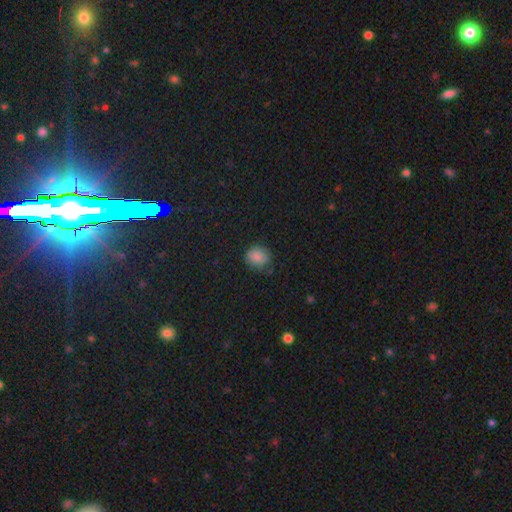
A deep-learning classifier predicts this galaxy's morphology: smooth-or-featured: smooth: 82% | star or artifact: 12% | featured or disk: 6%
  how-rounded: round: 81% | in between: 18% | cigar-shaped: 1%
  merging: none: 76% | minor disturbance: 19% | major disturbance: 4% | merger: 2%